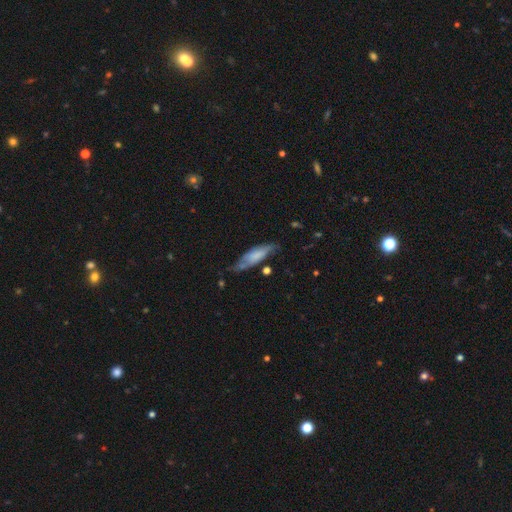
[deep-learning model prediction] smooth-or-featured: smooth: 52% | featured or disk: 41% | star or artifact: 7%
  how-rounded: cigar-shaped: 49% | in between: 48% | round: 2%
  merging: none: 52% | minor disturbance: 32% | major disturbance: 12% | merger: 4%